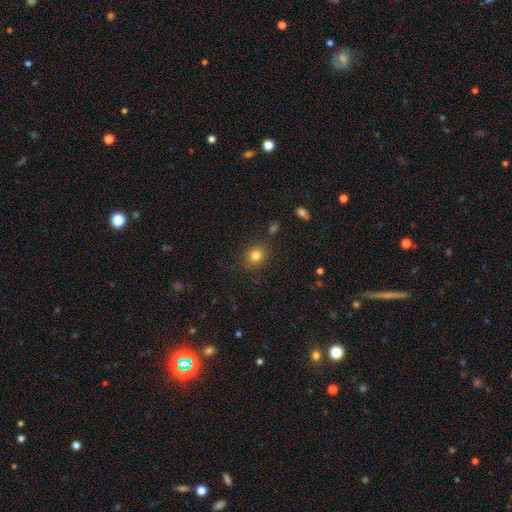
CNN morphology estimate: The model was most divided on "how rounded": round: 77%, in between: 22%, cigar-shaped: 1%. More confident: merging — none (82%); smooth or featured — smooth (81%).